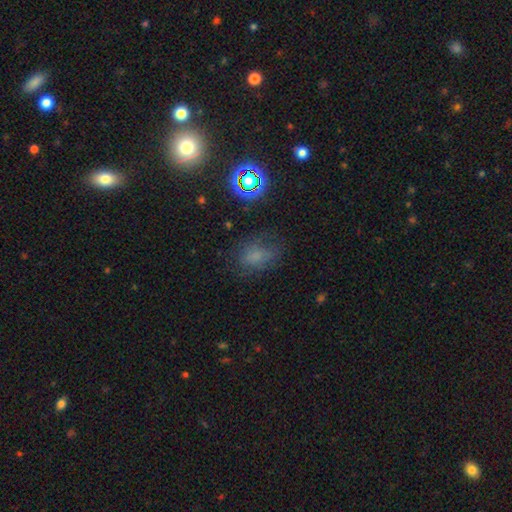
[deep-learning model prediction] This is possibly a smooth galaxy (58%). How rounded: likely in between (69%). Merging: possibly none (54%).